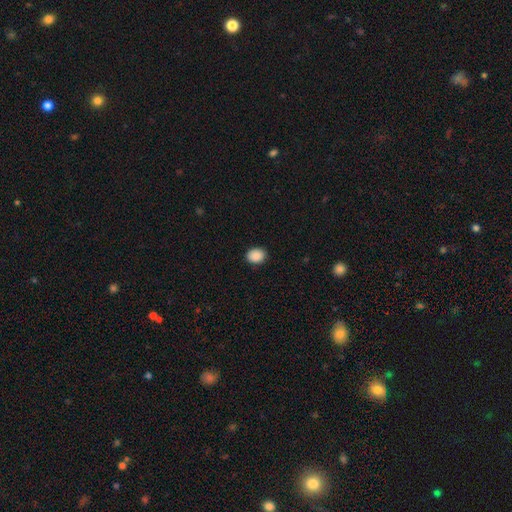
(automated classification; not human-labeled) A smooth galaxy with no disk features (90%) that is in between round and cigar-shaped (55%).

Vote fractions:
- Smooth or featured? smooth: 90% / star or artifact: 8% / featured or disk: 2%
- How rounded? in between: 55% / round: 44% / cigar-shaped: 1%
- Merging? none: 89% / minor disturbance: 8% / major disturbance: 2% / merger: 1%